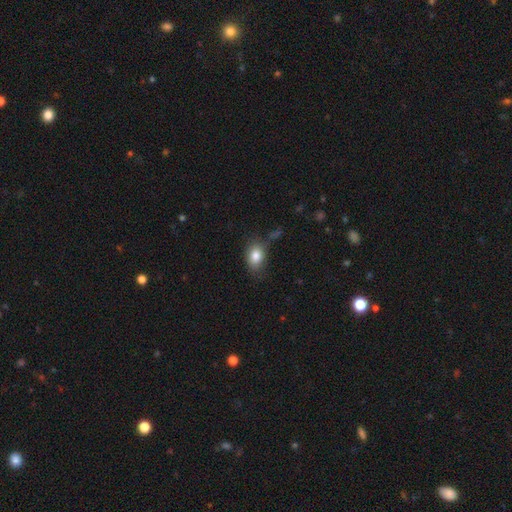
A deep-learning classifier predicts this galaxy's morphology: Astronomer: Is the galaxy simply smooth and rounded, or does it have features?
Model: smooth — 83%.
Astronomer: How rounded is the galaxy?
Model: in between — 76%.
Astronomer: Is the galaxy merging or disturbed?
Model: none — 68%.